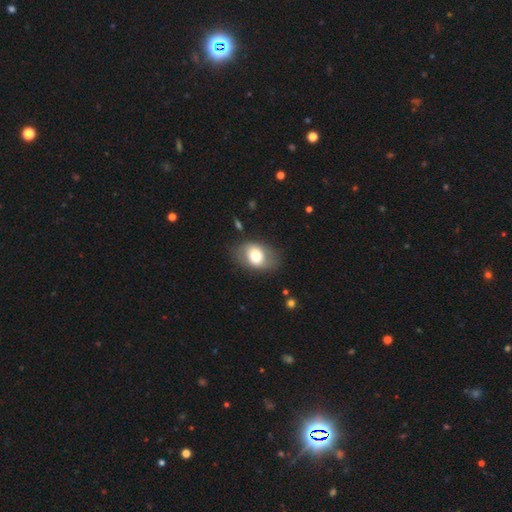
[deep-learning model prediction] Overall: smooth (66%). How rounded: in between (76%). Merging: none (77%).